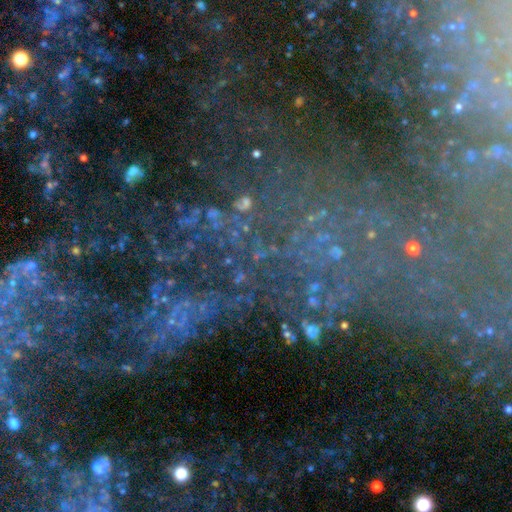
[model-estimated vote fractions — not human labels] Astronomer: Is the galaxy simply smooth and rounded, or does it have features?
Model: star or artifact — 73%.